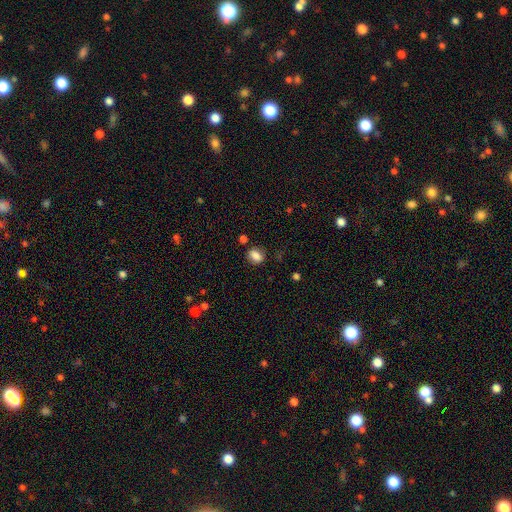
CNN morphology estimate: Smooth or featured? smooth (83%)
How rounded? in between (64%)
Merging? none (77%)